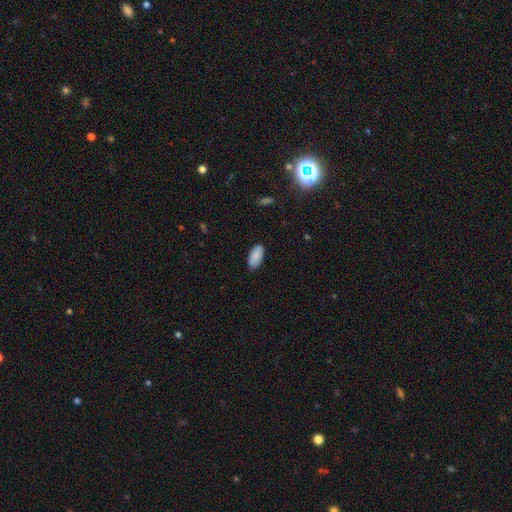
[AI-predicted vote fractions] Q: Smooth or featured?
A: smooth (89%); runner-up: star or artifact (6%)
Q: How rounded?
A: in between (93%); runner-up: cigar-shaped (5%)
Q: Merging?
A: none (86%); runner-up: minor disturbance (11%)